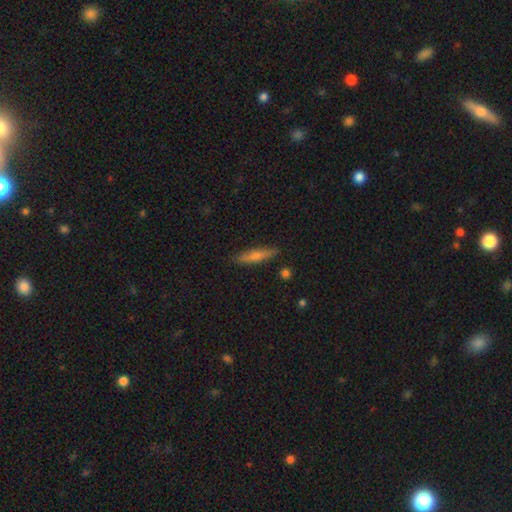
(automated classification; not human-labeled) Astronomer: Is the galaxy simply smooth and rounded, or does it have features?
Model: smooth — 60%.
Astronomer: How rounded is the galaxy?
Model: cigar-shaped — 85%.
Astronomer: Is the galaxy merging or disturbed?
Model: none — 88%.